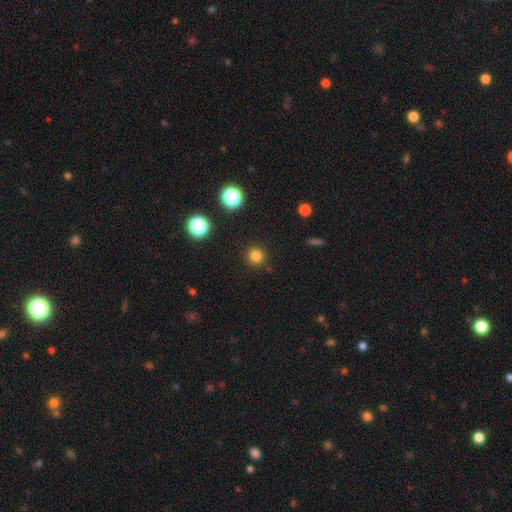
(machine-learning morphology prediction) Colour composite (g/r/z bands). It shows a smooth galaxy with no disk features (80%) that is round (94%). Merging: none (92%).